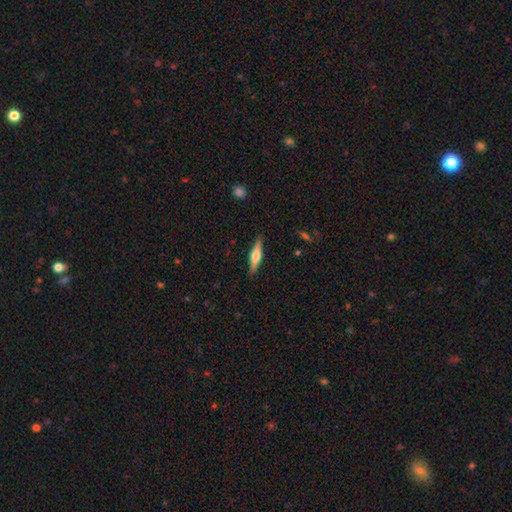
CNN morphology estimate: smooth_or_featured: featured or disk (p=0.62) [alt: smooth p=0.32]
disk_edge_on: yes (p=0.97) [alt: no p=0.03]
edge_on_bulge: rounded (p=0.89) [alt: boxy p=0.09]
merging: none (p=0.89) [alt: minor disturbance p=0.08]